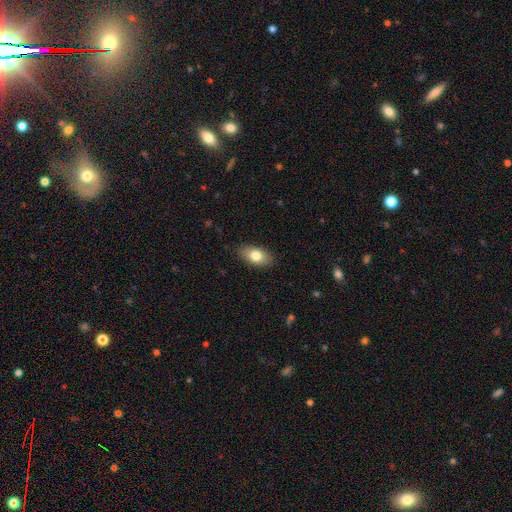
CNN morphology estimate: Smooth or featured: smooth — 79% (featured or disk — 14%)
How rounded: in between — 90% (round — 7%)
Merging: none — 86% (minor disturbance — 11%)